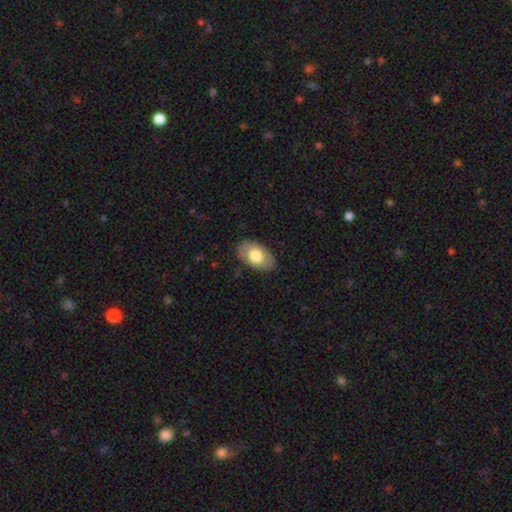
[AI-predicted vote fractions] smooth 68%, featured or disk 26%, star or artifact 6%. Down the decision tree: how rounded — in between (93%); merging — none (83%).